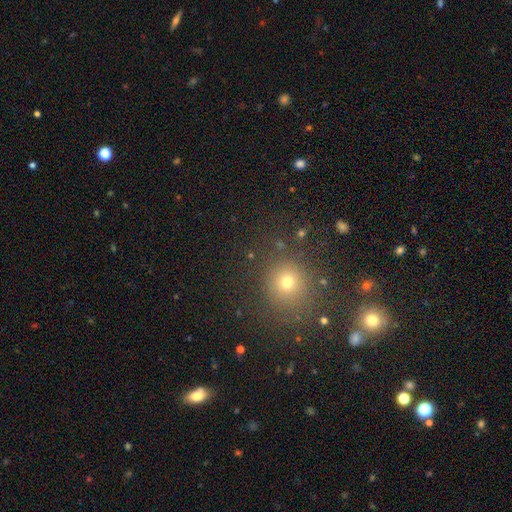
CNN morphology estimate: type=smooth (54%); roundness=round (89%); merging=none (87%).